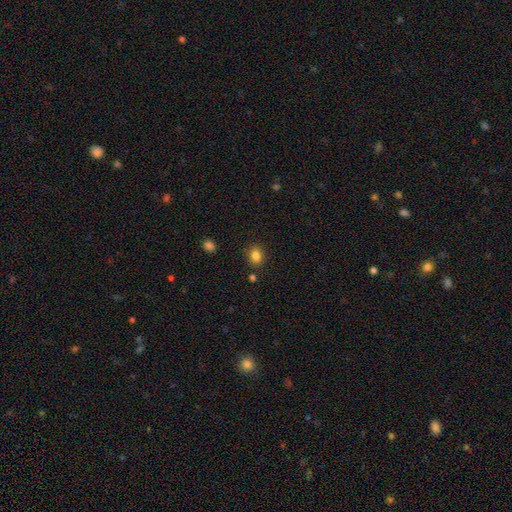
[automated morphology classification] A smooth galaxy with no disk features (84%) that is round (55%). Merging: none (84%).